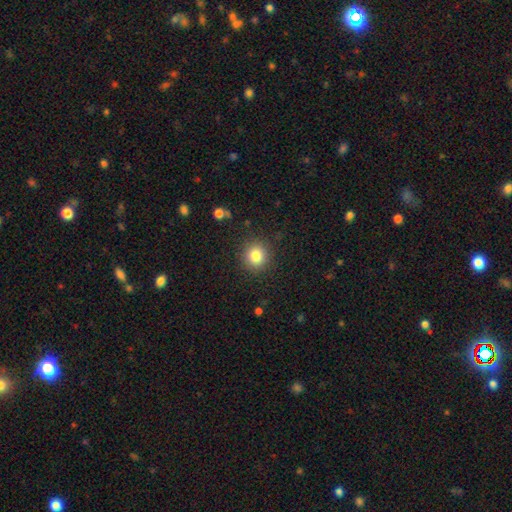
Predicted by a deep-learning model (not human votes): smooth-or-featured: smooth: 82% | star or artifact: 11% | featured or disk: 7%
  how-rounded: round: 89% | in between: 10% | cigar-shaped: 1%
  merging: none: 89% | minor disturbance: 7% | major disturbance: 3% | merger: 1%